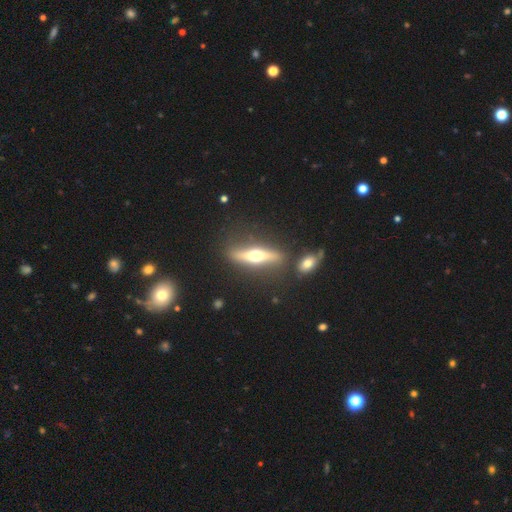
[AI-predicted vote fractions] Overall: featured or disk (62%; smooth 32%). Edge-on disk: yes (88%). Edge-on bulge: rounded (95%). Merging: none (77%).